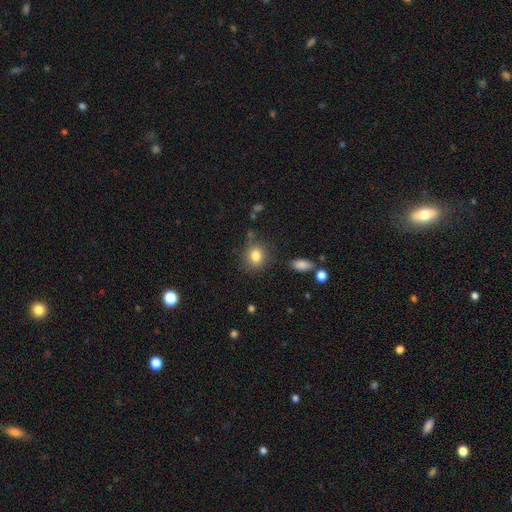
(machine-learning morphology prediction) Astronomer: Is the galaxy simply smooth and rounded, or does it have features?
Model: smooth — 82%.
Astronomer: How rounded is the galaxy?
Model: round — 63%.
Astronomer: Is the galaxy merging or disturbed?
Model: none — 79%.